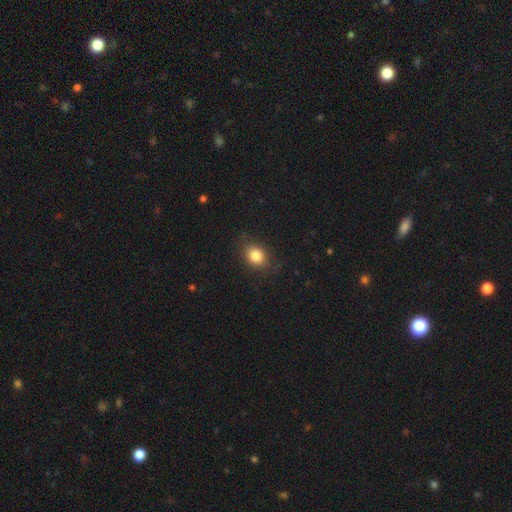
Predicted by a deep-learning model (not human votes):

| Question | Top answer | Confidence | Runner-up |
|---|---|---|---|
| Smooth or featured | smooth | 83% | star or artifact (10%) |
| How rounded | in between | 52% | round (46%) |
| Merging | none | 82% | minor disturbance (13%) |